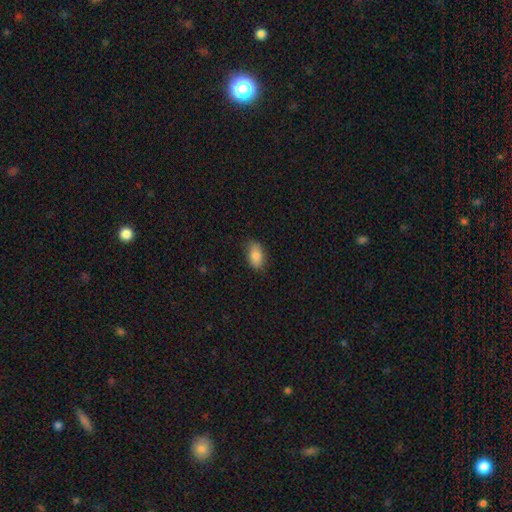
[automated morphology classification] Overall: smooth (83%). How rounded: in between (90%). Merging: none (81%).